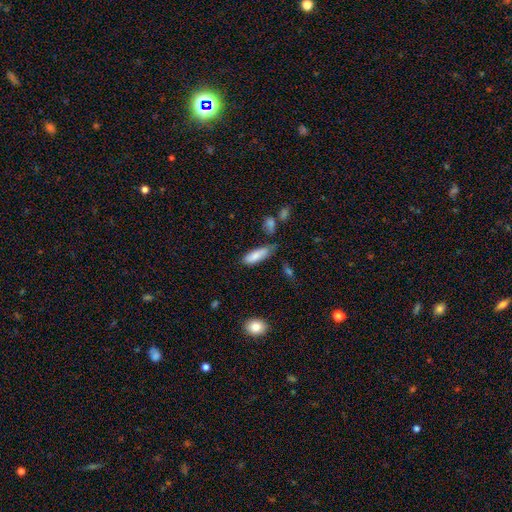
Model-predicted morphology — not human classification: smooth-or-featured: smooth: 83% | featured or disk: 11% | star or artifact: 7%
  how-rounded: in between: 62% | cigar-shaped: 37% | round: 2%
  merging: none: 55% | minor disturbance: 30% | major disturbance: 8% | merger: 7%